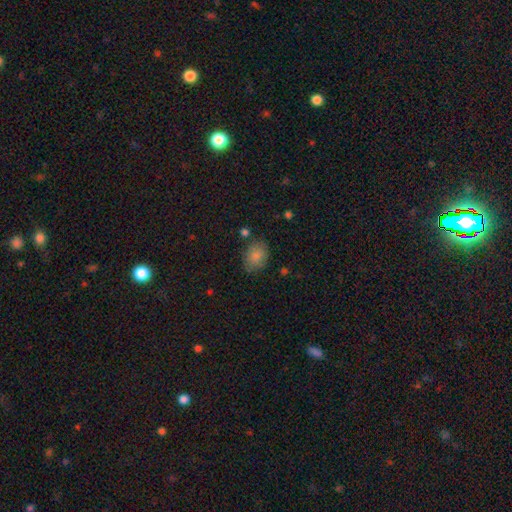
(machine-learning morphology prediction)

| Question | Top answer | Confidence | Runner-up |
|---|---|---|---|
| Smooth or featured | smooth | 84% | star or artifact (8%) |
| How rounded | in between | 61% | round (38%) |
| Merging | none | 76% | minor disturbance (16%) |